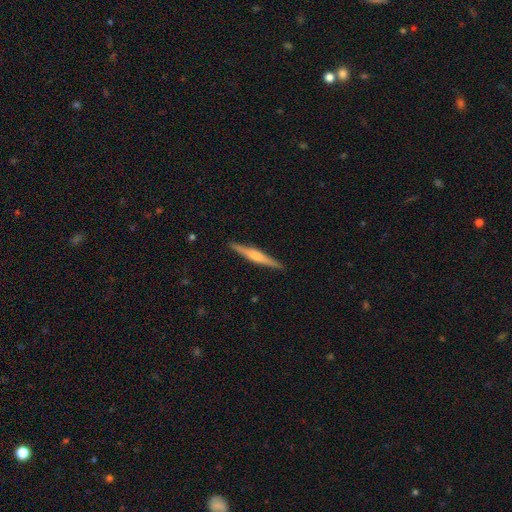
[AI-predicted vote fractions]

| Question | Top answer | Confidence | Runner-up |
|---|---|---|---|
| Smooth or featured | featured or disk | 65% | smooth (30%) |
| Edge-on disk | yes | 98% | no (2%) |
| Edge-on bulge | rounded | 60% | boxy (25%) |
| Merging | none | 91% | minor disturbance (6%) |